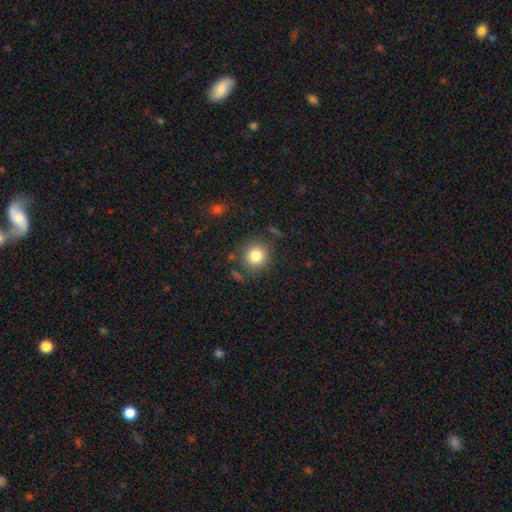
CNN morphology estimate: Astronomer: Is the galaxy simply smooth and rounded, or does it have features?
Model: smooth — 84%.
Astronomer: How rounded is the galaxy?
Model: round — 90%.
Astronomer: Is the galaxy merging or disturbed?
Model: none — 82%.